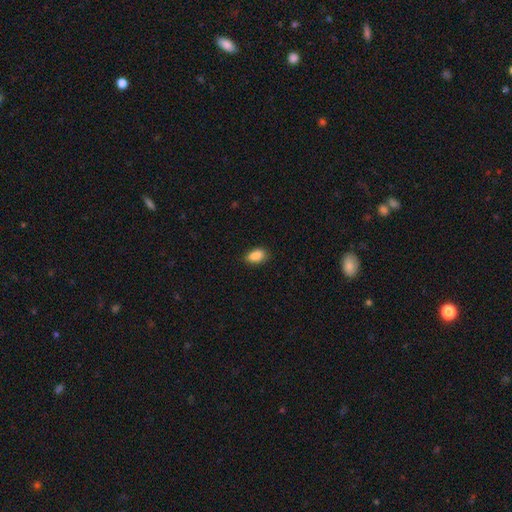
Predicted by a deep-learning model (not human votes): This is clearly a smooth galaxy (89%). How rounded: clearly in between (90%). Merging: clearly none (84%).